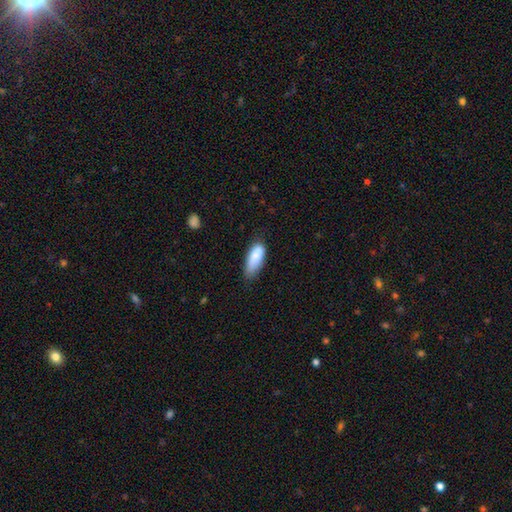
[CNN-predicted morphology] Smooth or featured? Predicted: smooth (p=0.84). How rounded? Predicted: in between (p=0.75). Merging? Predicted: none (p=0.56).